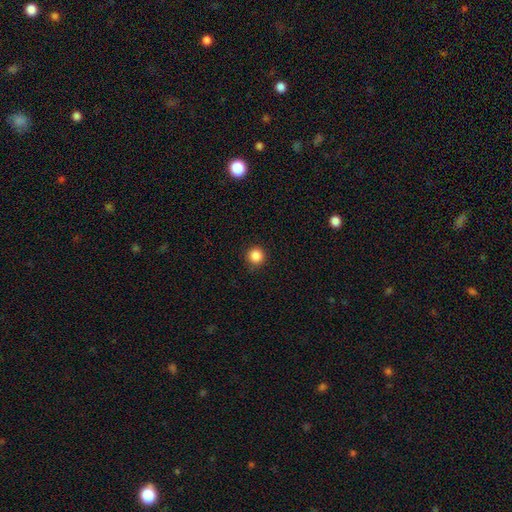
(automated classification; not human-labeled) This appears to be a smooth galaxy with no disk features (87%) that is round (95%). Merging: none (91%).